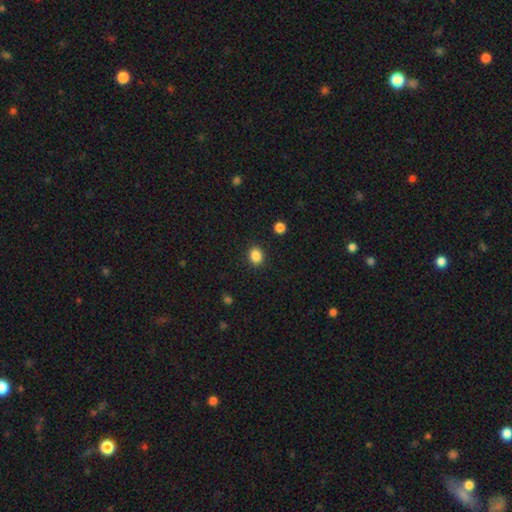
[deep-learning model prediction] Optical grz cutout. It shows a smooth galaxy with no disk features (86%) that is round (60%). Merging: none (90%).